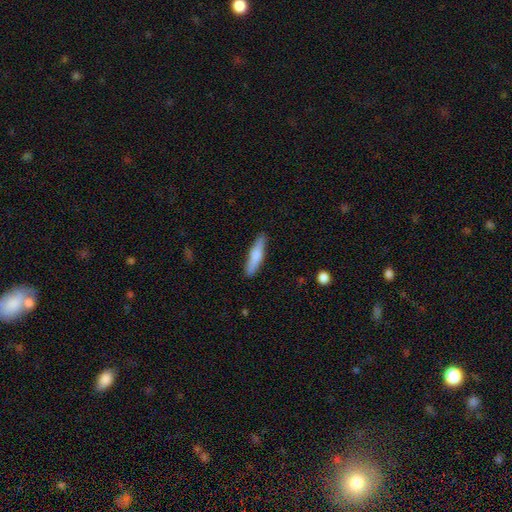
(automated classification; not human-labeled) This appears to be a smooth galaxy with no disk features (72%) that is cigar-shaped (83%). Merging: none (87%).